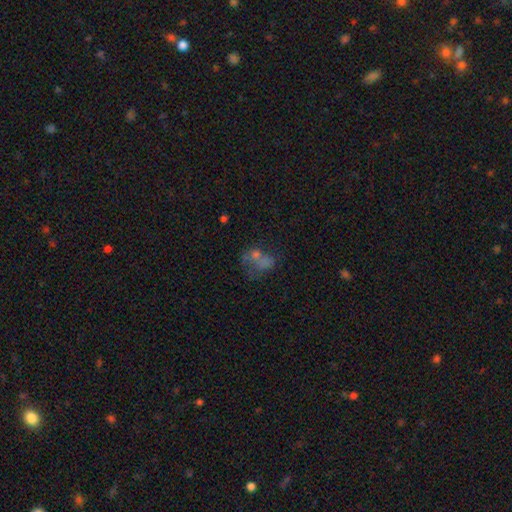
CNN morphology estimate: A smooth galaxy with no disk features (43%). Merging: merger (34%).